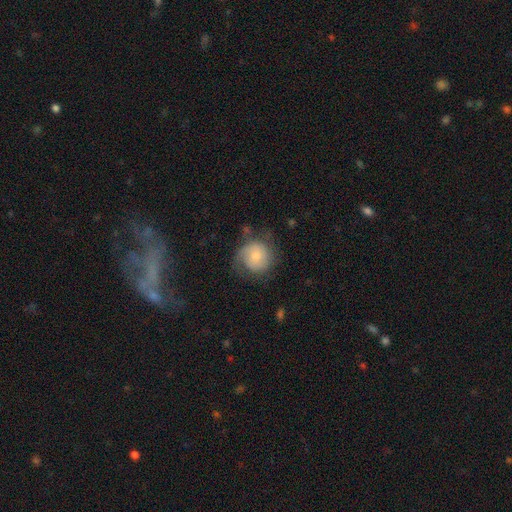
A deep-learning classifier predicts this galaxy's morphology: smooth_or_featured: smooth (p=0.52) [alt: featured or disk p=0.40]
how_rounded: round (p=0.85) [alt: in between p=0.14]
merging: none (p=0.53) [alt: minor disturbance p=0.26]